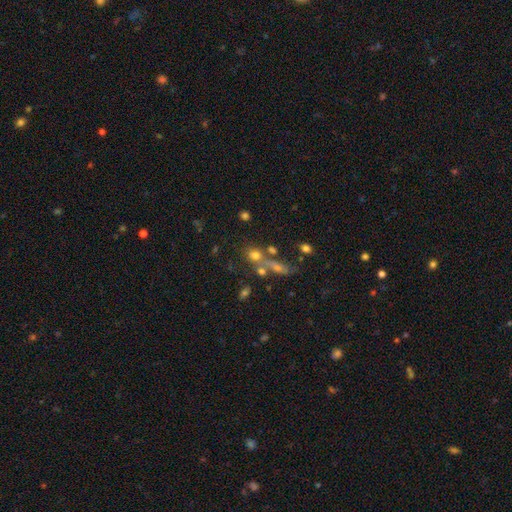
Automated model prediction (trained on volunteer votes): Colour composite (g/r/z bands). It shows a smooth galaxy with no disk features (60%) that is round (66%). Merging: none (50%).